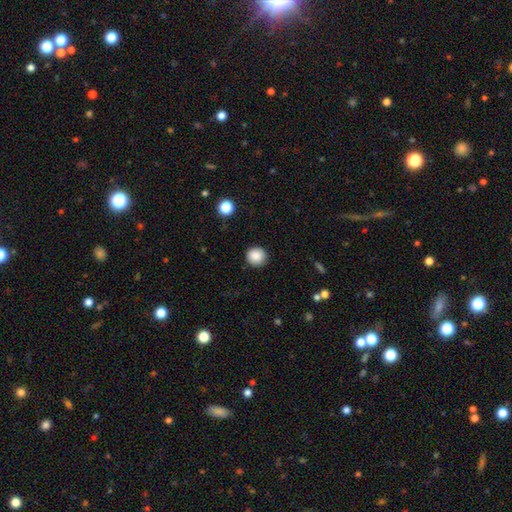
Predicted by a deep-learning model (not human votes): Smooth or featured?
  - smooth: 87% *
  - star or artifact: 9%
  - featured or disk: 4%
How rounded?
  - round: 93% *
  - in between: 6%
  - cigar-shaped: 1%
Merging?
  - none: 90% *
  - minor disturbance: 7%
  - major disturbance: 2%
  - merger: 1%